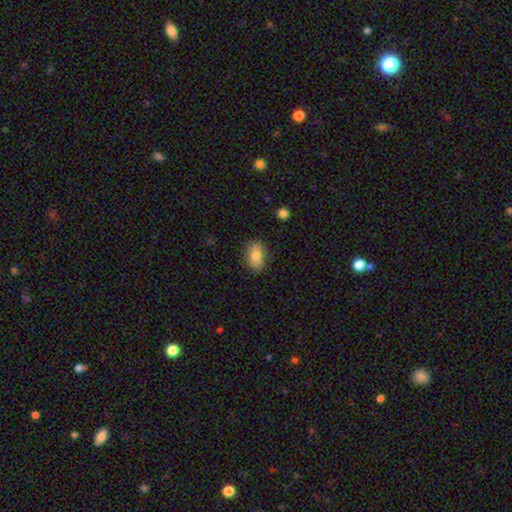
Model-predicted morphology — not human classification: smooth_or_featured: smooth (p=0.81) [alt: featured or disk p=0.11]
how_rounded: in between (p=0.87) [alt: round p=0.11]
merging: none (p=0.81) [alt: minor disturbance p=0.15]